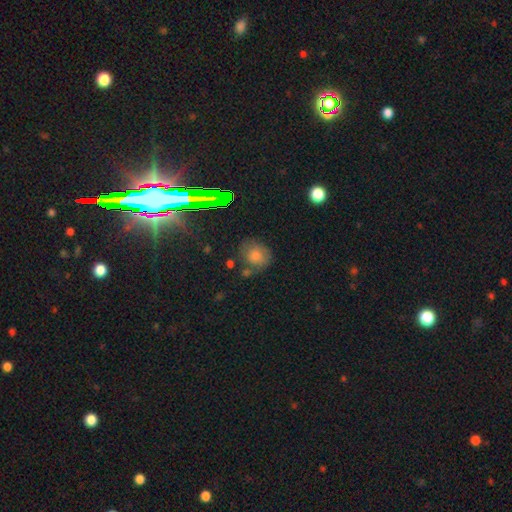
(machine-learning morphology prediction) smooth-or-featured: smooth: 70% | star or artifact: 16% | featured or disk: 15%
  how-rounded: round: 72% | in between: 27% | cigar-shaped: 1%
  merging: none: 58% | minor disturbance: 23% | major disturbance: 10% | merger: 8%